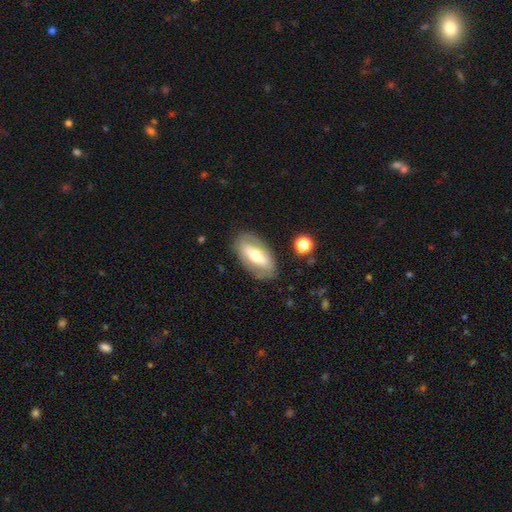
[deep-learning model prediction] This is possibly a featured or disk galaxy (49%). Merging: likely none (80%).